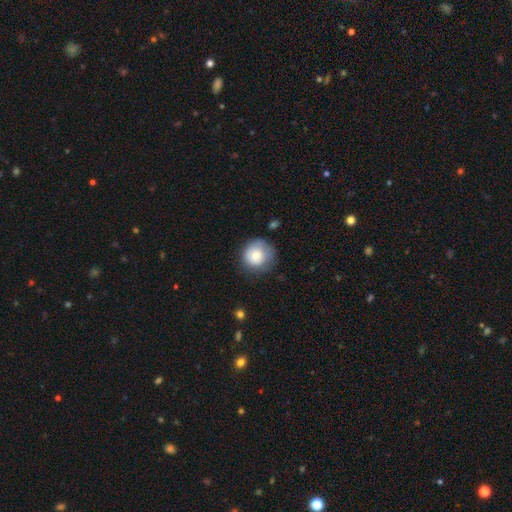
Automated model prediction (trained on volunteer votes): Smooth or featured? Predicted: smooth (p=0.73). How rounded? Predicted: round (p=0.91). Merging? Predicted: none (p=0.66).